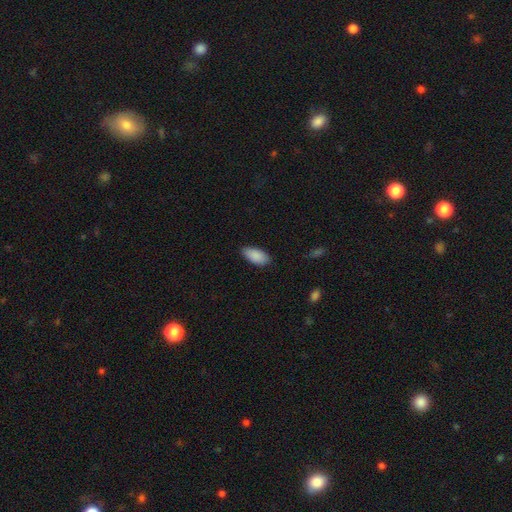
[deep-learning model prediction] Morphology: type=smooth (89%); roundness=in between (93%); merging=none (84%).